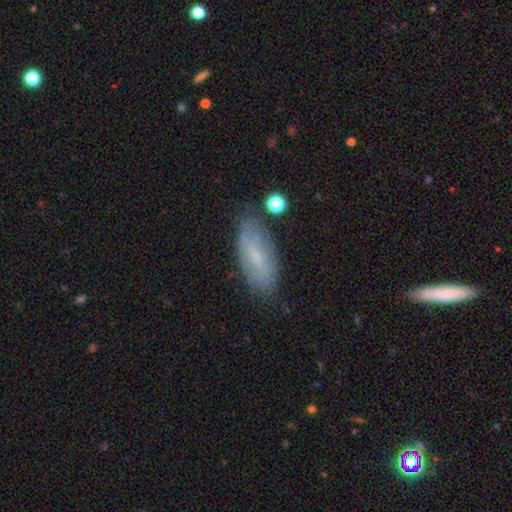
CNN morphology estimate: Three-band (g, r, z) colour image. It shows a smooth galaxy with no disk features (52%) that is in between round and cigar-shaped (76%). Merging: none (72%).